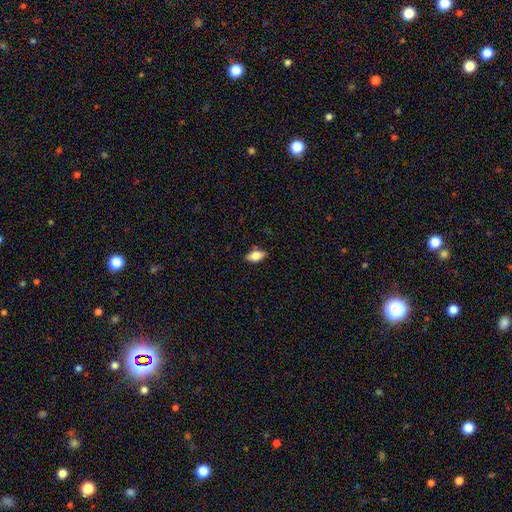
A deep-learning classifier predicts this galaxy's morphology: Smooth or featured? Predicted: smooth (p=0.76). How rounded? Predicted: in between (p=0.88). Merging? Predicted: none (p=0.85).